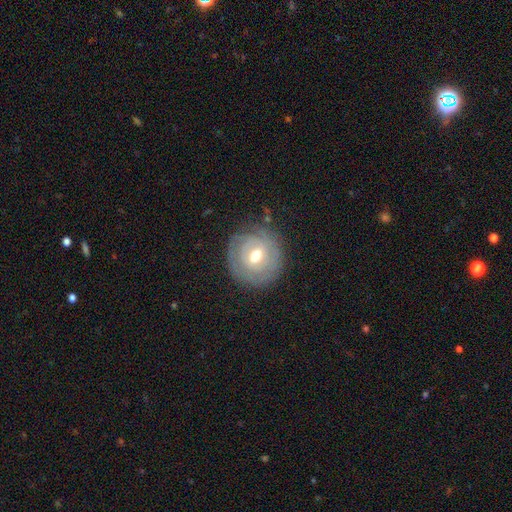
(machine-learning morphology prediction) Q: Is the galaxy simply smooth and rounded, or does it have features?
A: featured or disk — 60%.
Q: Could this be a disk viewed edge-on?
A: no — 95%.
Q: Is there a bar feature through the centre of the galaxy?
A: weak — 48%.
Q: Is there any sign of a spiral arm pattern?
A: yes — 65%.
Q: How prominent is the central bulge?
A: moderate — 72%.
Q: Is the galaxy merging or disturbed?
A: none — 78%.